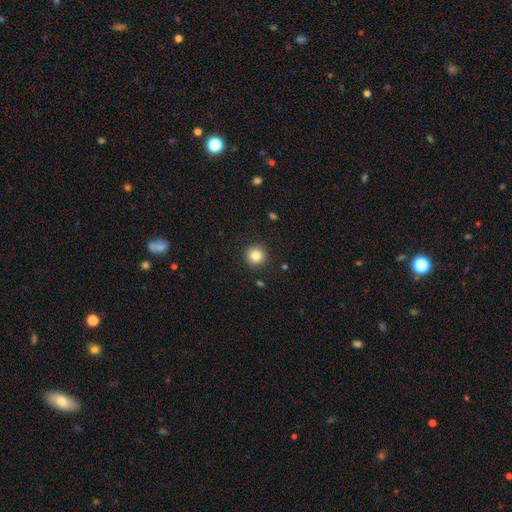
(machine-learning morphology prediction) Q: Smooth or featured?
A: smooth (84%); runner-up: star or artifact (11%)
Q: How rounded?
A: round (95%); runner-up: in between (4%)
Q: Merging?
A: none (91%); runner-up: minor disturbance (6%)